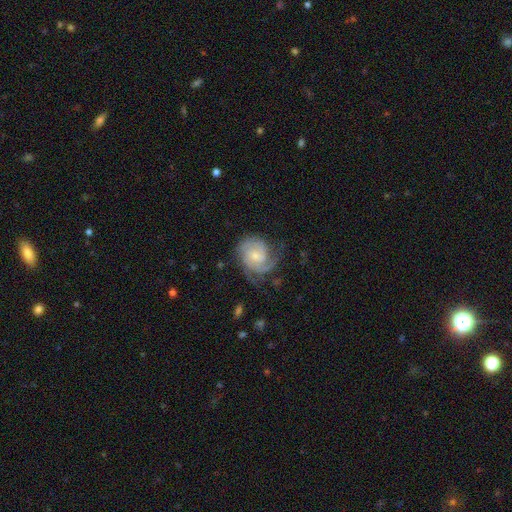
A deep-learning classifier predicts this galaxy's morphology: type=featured or disk (80%); edge-on=no (98%); bar=no (66%); spiral arms=yes (95%); winding=tight (46%); arm count=2 (37%); bulge=small (61%); merging=none (56%).